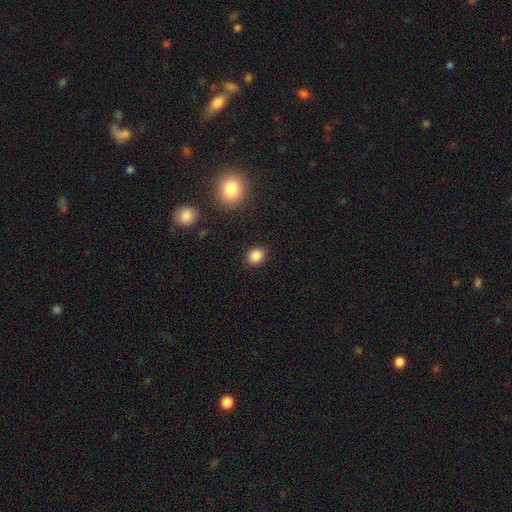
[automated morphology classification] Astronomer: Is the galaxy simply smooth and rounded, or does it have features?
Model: smooth — 86%.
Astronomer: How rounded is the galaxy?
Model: round — 62% (runner-up: in between, 37%).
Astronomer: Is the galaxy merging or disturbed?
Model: none — 88%.